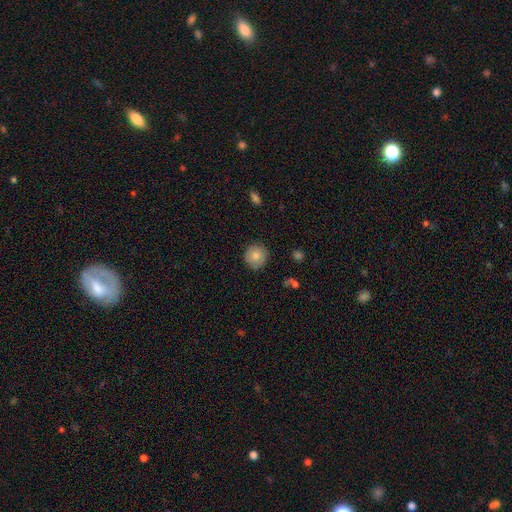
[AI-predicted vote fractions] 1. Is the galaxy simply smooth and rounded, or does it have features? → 81% smooth, 12% featured or disk, 8% star or artifact.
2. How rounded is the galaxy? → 93% round, 6% in between, 1% cigar-shaped.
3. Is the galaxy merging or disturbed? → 87% none, 10% minor disturbance, 2% major disturbance, 1% merger.